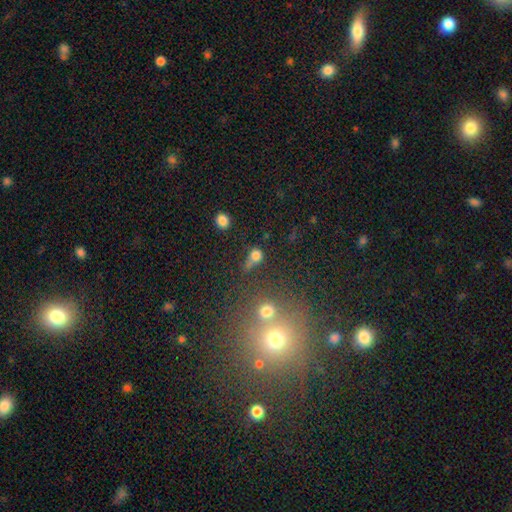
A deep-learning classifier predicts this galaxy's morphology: Smooth or featured: smooth — 72% (star or artifact — 16%)
How rounded: round — 62% (in between — 34%)
Merging: none — 41% (minor disturbance — 23%)